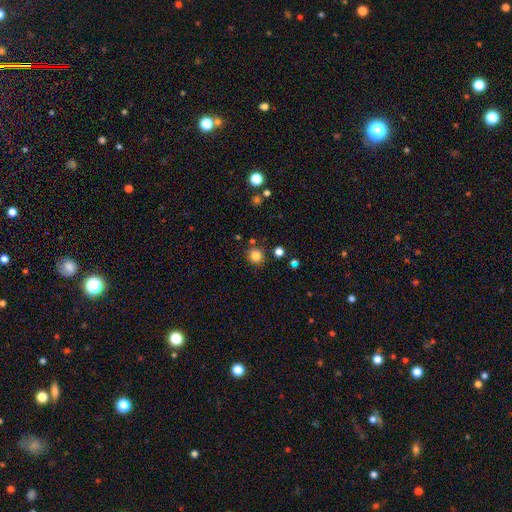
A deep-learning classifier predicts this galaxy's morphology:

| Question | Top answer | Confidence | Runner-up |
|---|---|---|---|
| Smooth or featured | smooth | 82% | star or artifact (12%) |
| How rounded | round | 92% | in between (7%) |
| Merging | none | 84% | minor disturbance (9%) |